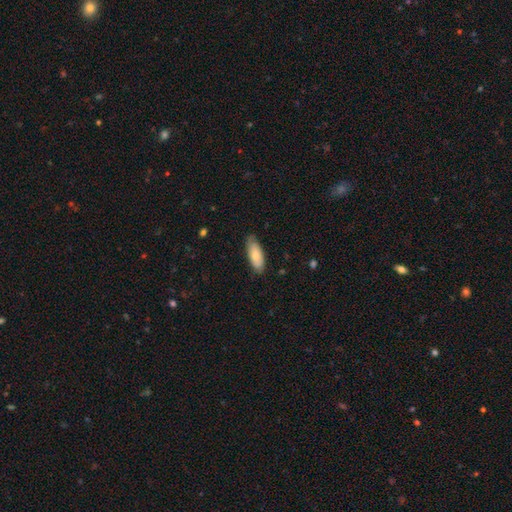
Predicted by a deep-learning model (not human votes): A smooth galaxy with no disk features (77%) that is in between round and cigar-shaped (76%).

Vote fractions:
- Smooth or featured? smooth: 77% / featured or disk: 17% / star or artifact: 6%
- How rounded? in between: 76% / cigar-shaped: 22% / round: 2%
- Merging? none: 79% / minor disturbance: 18% / major disturbance: 3% / merger: 1%